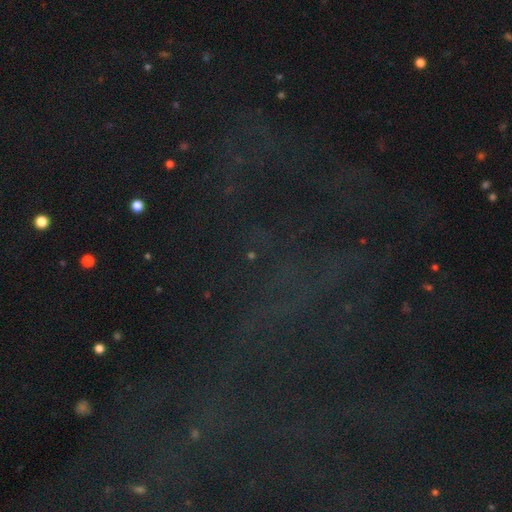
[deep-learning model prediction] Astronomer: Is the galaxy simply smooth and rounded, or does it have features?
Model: star or artifact — 78%.